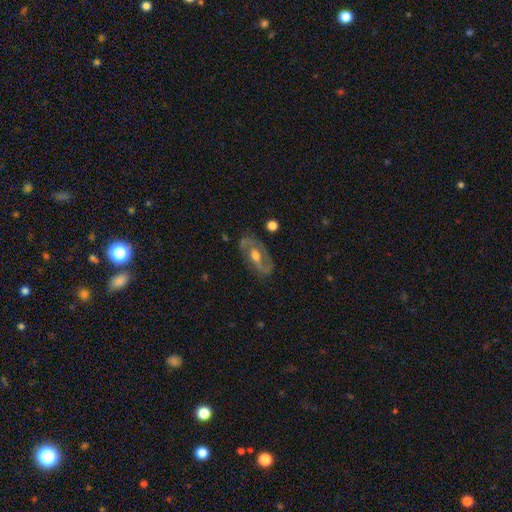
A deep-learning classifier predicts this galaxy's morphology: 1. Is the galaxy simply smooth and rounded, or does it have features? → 81% featured or disk, 14% smooth, 5% star or artifact.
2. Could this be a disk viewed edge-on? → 93% no, 7% yes.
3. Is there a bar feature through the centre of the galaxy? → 41% no, 40% weak, 18% strong.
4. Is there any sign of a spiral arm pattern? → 83% yes, 17% no.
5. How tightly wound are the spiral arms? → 49% medium, 31% tight, 19% loose.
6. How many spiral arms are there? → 84% 2, 8% can't tell, 5% 1, 1% 3, 1% 4, 1% more than 4.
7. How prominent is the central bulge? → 70% moderate, 15% small, 12% large, 1% none, 1% dominant.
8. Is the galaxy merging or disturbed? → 78% none, 15% minor disturbance, 6% major disturbance, 2% merger.